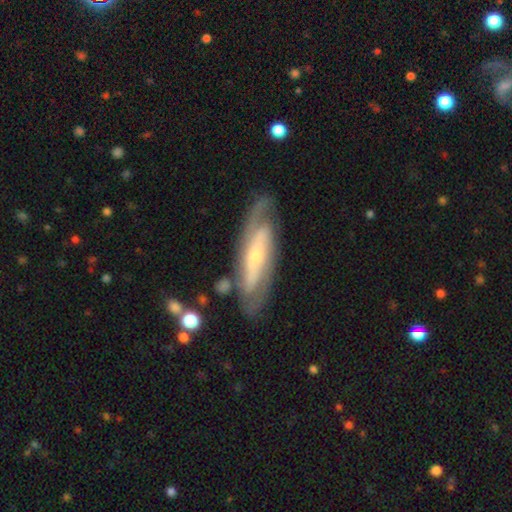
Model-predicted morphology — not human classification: This appears to be a featured or disk galaxy (78%) with no bar (47%), 2 (63%) tight (47%) spiral arms (90%) and a small central bulge (66%). Merging: none (75%).